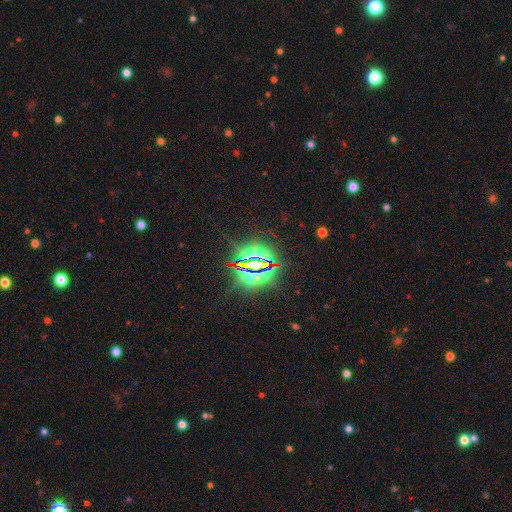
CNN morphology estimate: type=star or artifact (85%).